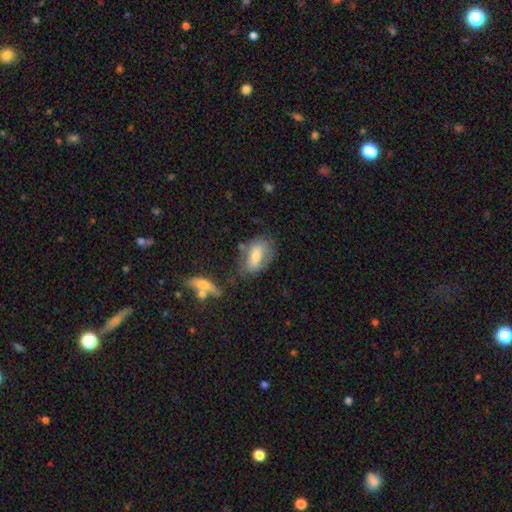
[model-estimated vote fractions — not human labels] smooth 61%, featured or disk 31%, star or artifact 8%. Down the decision tree: how rounded — in between (85%); merging — none (57%).